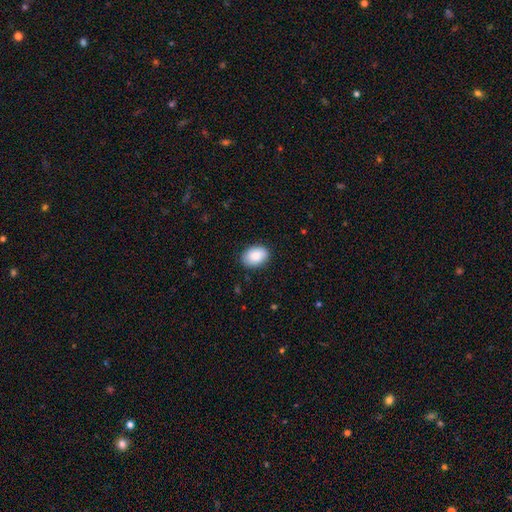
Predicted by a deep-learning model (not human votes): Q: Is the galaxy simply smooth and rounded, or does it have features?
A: smooth — 88%.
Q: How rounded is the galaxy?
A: in between — 80%.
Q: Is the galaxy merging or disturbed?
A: none — 86%.